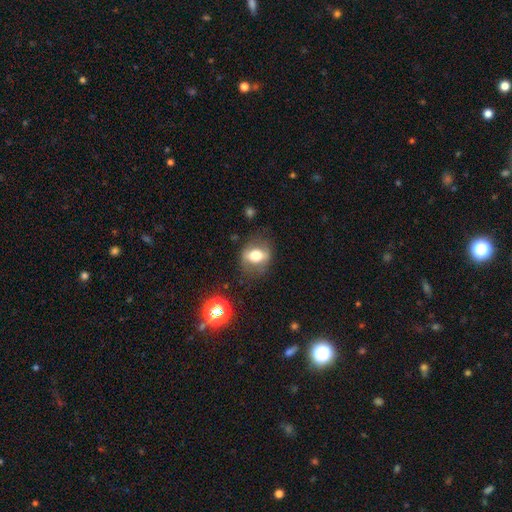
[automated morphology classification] A smooth galaxy with no disk features (58%) that is in between round and cigar-shaped (60%).

Vote fractions:
- Smooth or featured? smooth: 58% / featured or disk: 32% / star or artifact: 11%
- How rounded? in between: 60% / round: 37% / cigar-shaped: 4%
- Merging? none: 75% / minor disturbance: 17% / major disturbance: 7% / merger: 2%